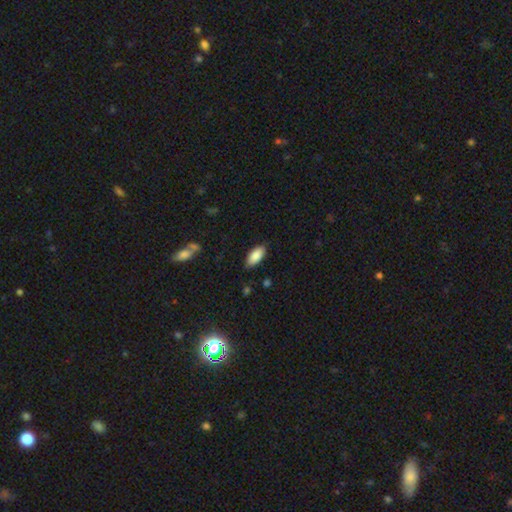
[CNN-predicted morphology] This appears to be a smooth galaxy with no disk features (87%) that is in between round and cigar-shaped (89%). Merging: none (83%).